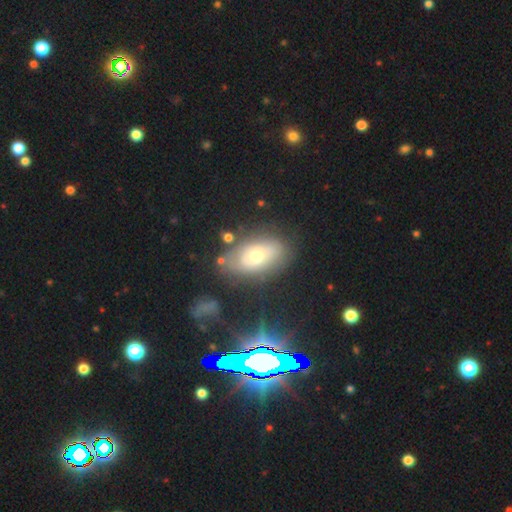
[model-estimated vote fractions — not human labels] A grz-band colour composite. It shows a featured or disk galaxy (45%). Merging: none (69%).